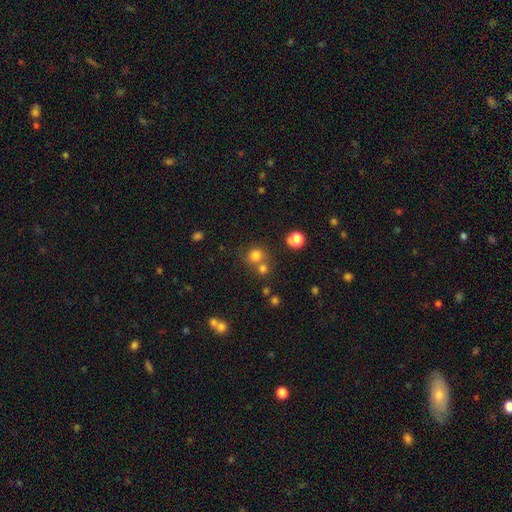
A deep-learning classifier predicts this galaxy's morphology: type=smooth (77%); roundness=round (84%); merging=none (58%).